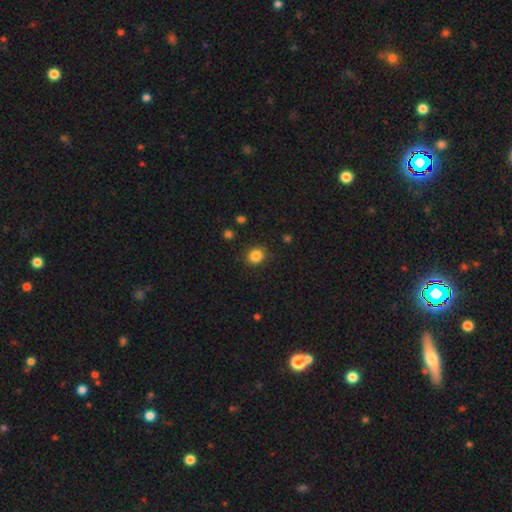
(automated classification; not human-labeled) This appears to be a smooth galaxy with no disk features (85%) that is round (72%). Merging: none (87%).